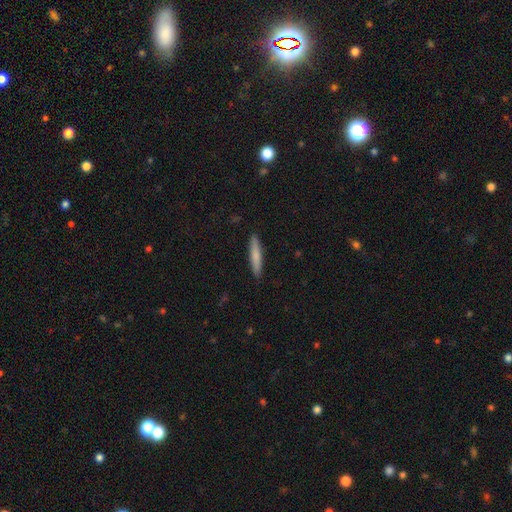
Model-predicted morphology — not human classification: Smooth or featured? smooth (76%)
How rounded? cigar-shaped (92%)
Merging? none (90%)